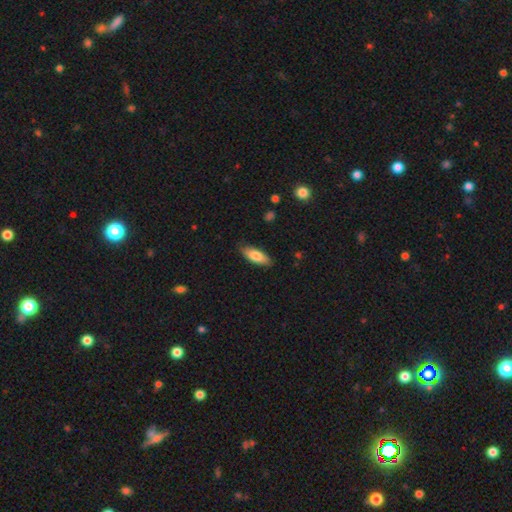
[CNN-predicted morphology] smooth_or_featured: smooth (p=0.80) [alt: featured or disk p=0.14]
how_rounded: in between (p=0.71) [alt: cigar-shaped p=0.27]
merging: none (p=0.84) [alt: minor disturbance p=0.13]